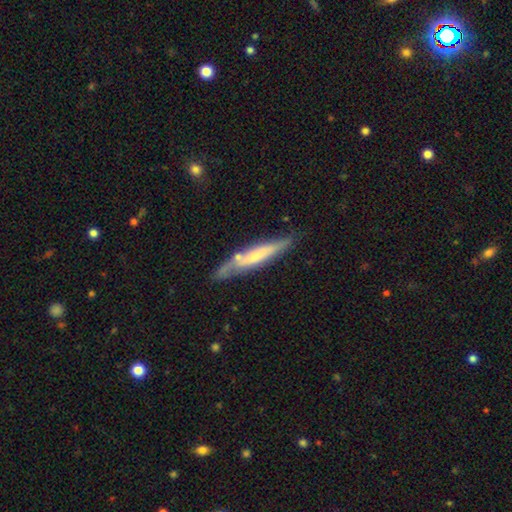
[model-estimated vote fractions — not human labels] Smooth or featured? featured or disk (48%)
Merging? none (70%)